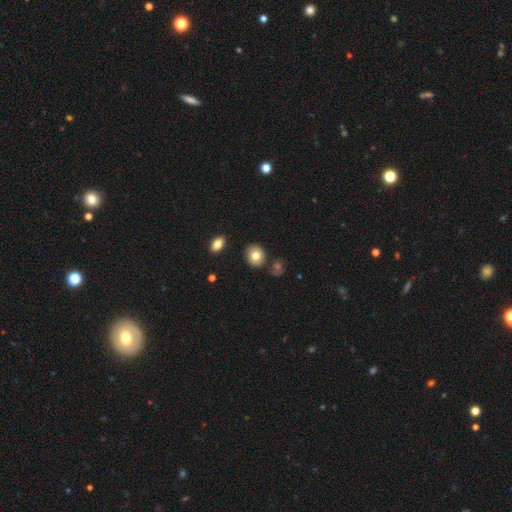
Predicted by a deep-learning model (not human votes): This appears to be a smooth galaxy with no disk features (77%) that is round (64%). Merging: none (81%).